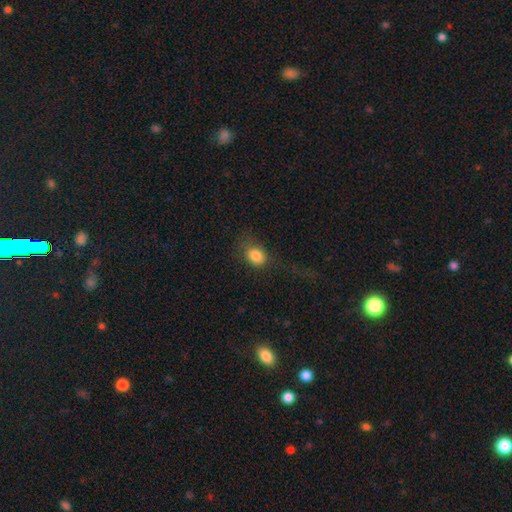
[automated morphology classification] Overall: smooth (83%). How rounded: in between (58%; round 40%). Merging: none (62%).